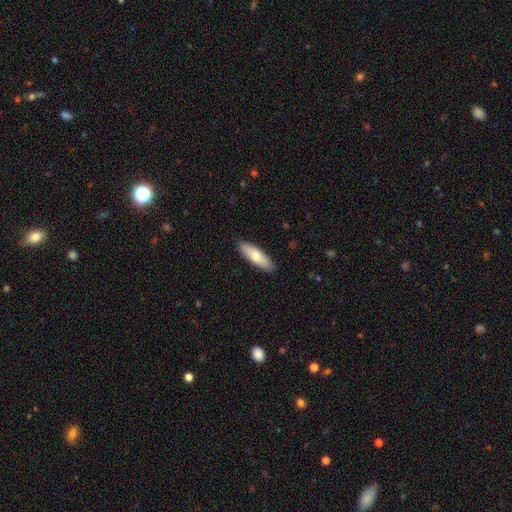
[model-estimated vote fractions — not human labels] Smooth or featured?
  - smooth: 69% *
  - featured or disk: 25%
  - star or artifact: 5%
How rounded?
  - in between: 51% *
  - cigar-shaped: 47%
  - round: 2%
Merging?
  - none: 90% *
  - minor disturbance: 8%
  - major disturbance: 2%
  - merger: 1%